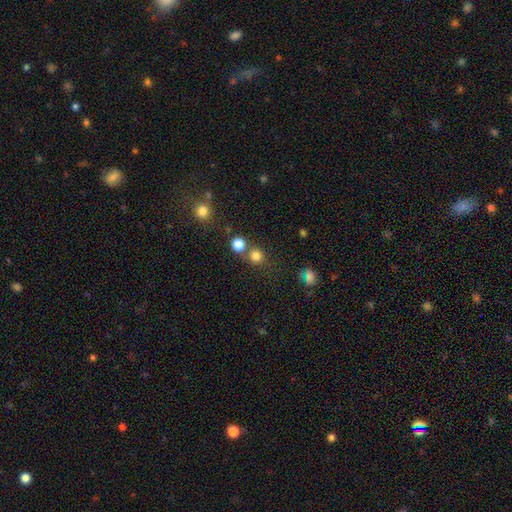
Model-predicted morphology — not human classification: Smooth or featured: smooth — 77% (star or artifact — 17%)
How rounded: round — 90% (in between — 9%)
Merging: none — 67% (merger — 23%)